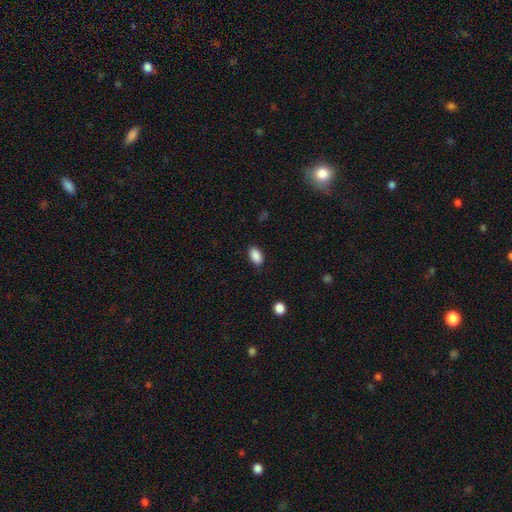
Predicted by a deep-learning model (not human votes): Overall: smooth (89%). How rounded: in between (92%). Merging: none (86%).